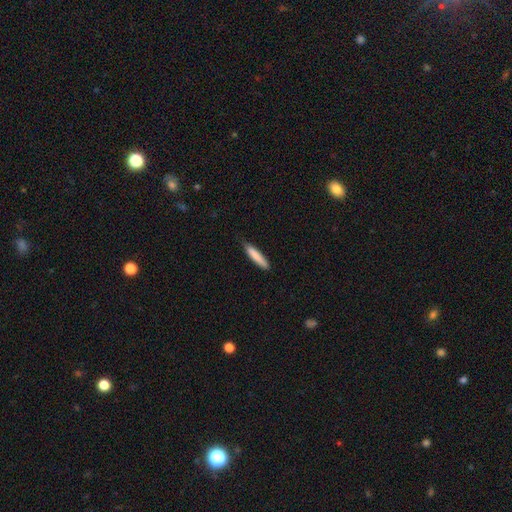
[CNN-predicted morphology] type=smooth (83%); roundness=cigar-shaped (88%); merging=none (83%).